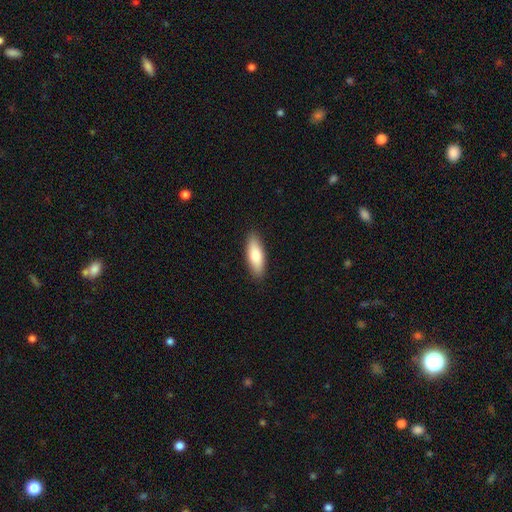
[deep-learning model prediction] smooth_or_featured: smooth (p=0.78) [alt: featured or disk p=0.16]
how_rounded: in between (p=0.61) [alt: cigar-shaped p=0.37]
merging: none (p=0.89) [alt: minor disturbance p=0.08]